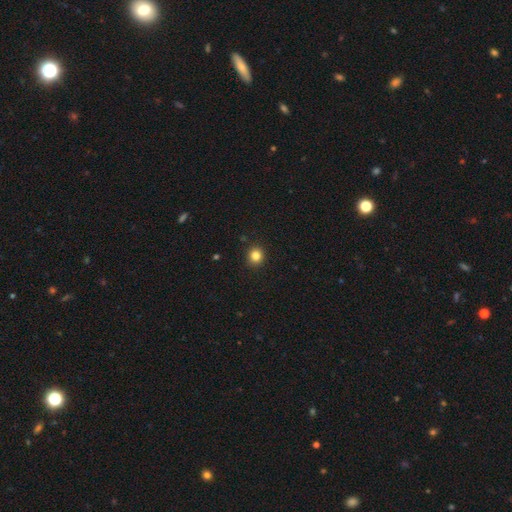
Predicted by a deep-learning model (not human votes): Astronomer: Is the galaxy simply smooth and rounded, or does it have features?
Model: smooth — 84%.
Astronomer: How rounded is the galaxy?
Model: round — 90%.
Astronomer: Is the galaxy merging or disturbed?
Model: none — 92%.